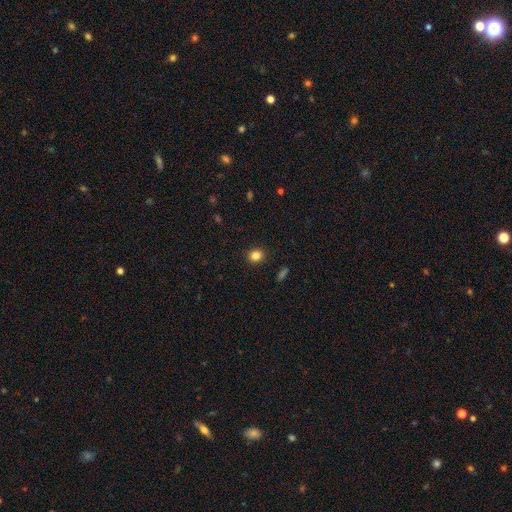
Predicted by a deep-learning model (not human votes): Overall: smooth (84%). How rounded: round (74%). Merging: none (91%).